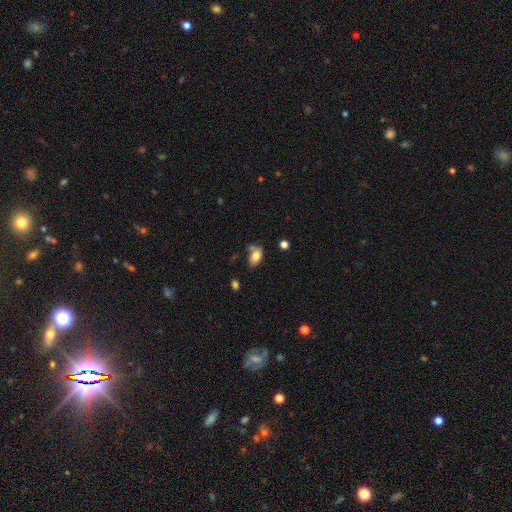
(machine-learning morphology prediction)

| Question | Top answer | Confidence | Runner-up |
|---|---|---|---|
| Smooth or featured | smooth | 79% | featured or disk (12%) |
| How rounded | in between | 89% | round (9%) |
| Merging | none | 53% | minor disturbance (24%) |